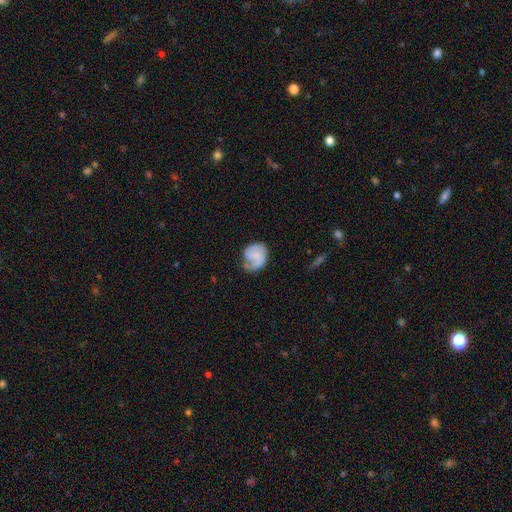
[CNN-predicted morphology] This appears to be a featured or disk galaxy (50%). Merging: none (48%).